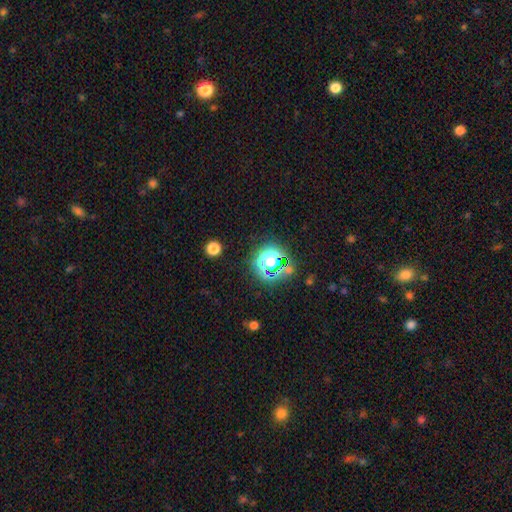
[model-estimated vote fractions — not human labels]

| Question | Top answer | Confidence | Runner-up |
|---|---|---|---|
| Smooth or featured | star or artifact | 69% | smooth (23%) |